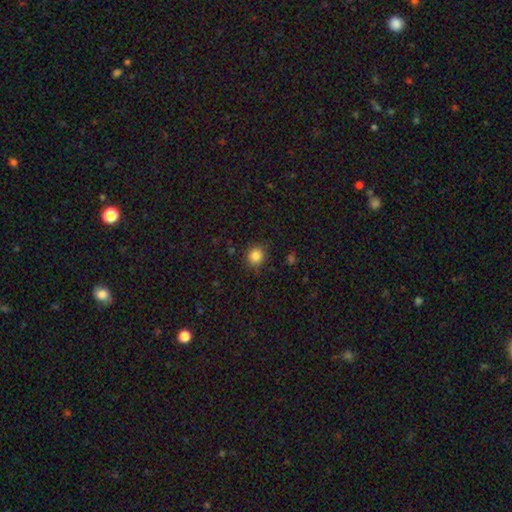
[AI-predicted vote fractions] Smooth or featured? smooth (84%)
How rounded? round (88%)
Merging? none (87%)